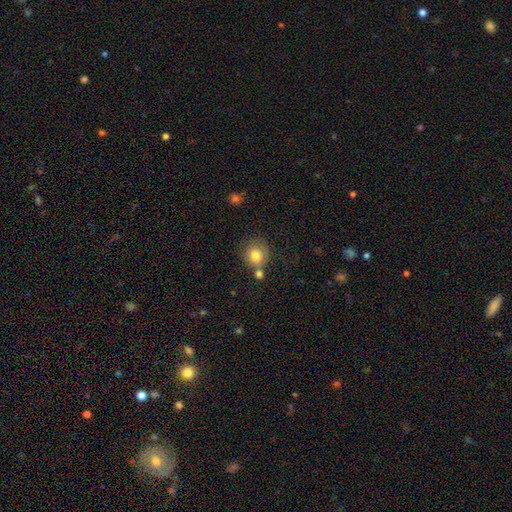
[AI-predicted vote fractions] A smooth galaxy with no disk features (79%) that is round (88%). Merging: none (63%).